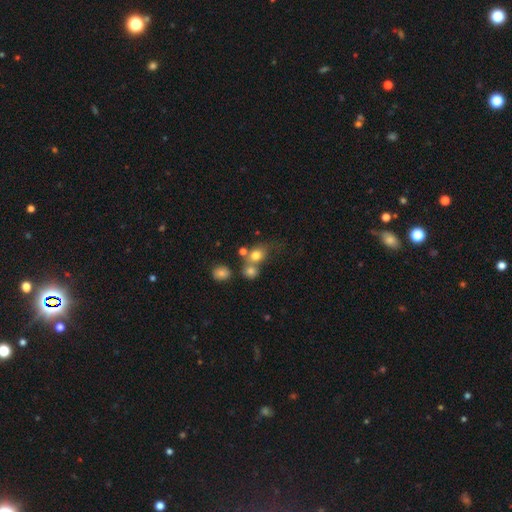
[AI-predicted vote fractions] Smooth or featured?
  - smooth: 76% *
  - star or artifact: 13%
  - featured or disk: 12%
How rounded?
  - round: 66% *
  - in between: 32%
  - cigar-shaped: 1%
Merging?
  - merger: 40% *
  - none: 39%
  - minor disturbance: 12%
  - major disturbance: 9%